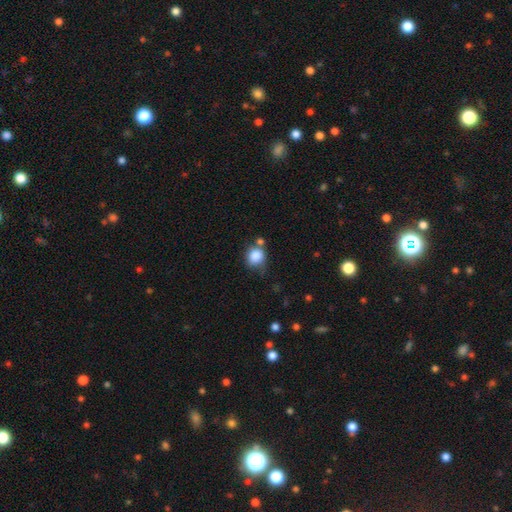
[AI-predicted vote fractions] Overall: smooth (85%). How rounded: round (82%). Merging: none (53%; minor disturbance 23%).